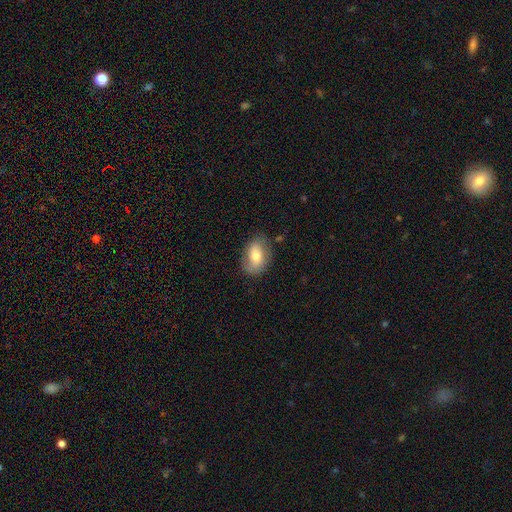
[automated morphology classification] Overall: smooth (64%; featured or disk 29%). How rounded: in between (81%). Merging: none (72%).